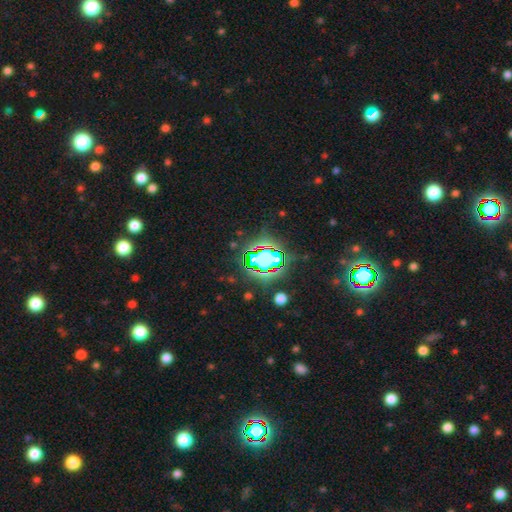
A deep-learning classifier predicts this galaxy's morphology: A star or artifact, not a galaxy (82%).